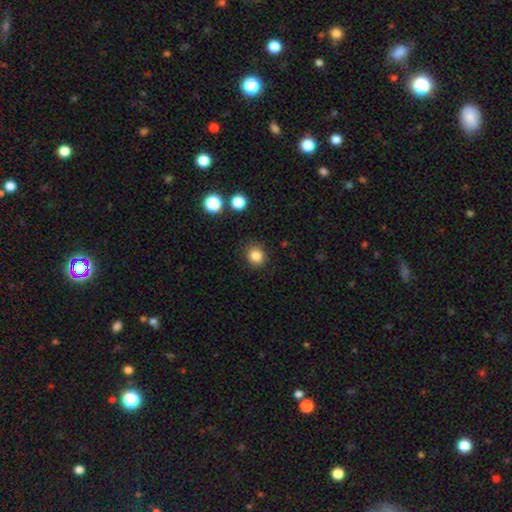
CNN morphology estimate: The model was most divided on "how rounded": round: 82%, in between: 17%, cigar-shaped: 1%. More confident: merging — none (88%); smooth or featured — smooth (84%).